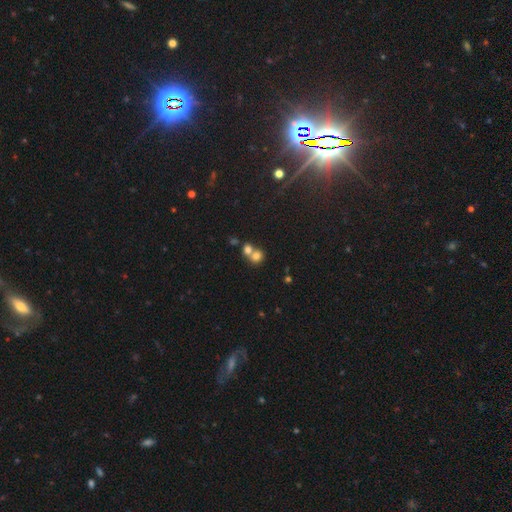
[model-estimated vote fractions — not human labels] The model was most divided on "merging": merger: 61%, none: 30%, minor disturbance: 6%, major disturbance: 3%. More confident: smooth or featured — smooth (75%); how rounded — round (68%).